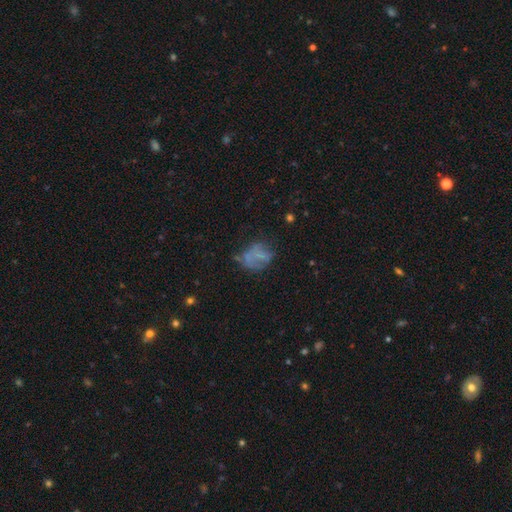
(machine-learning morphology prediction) This appears to be a smooth galaxy with no disk features (47%). Merging: none (45%).